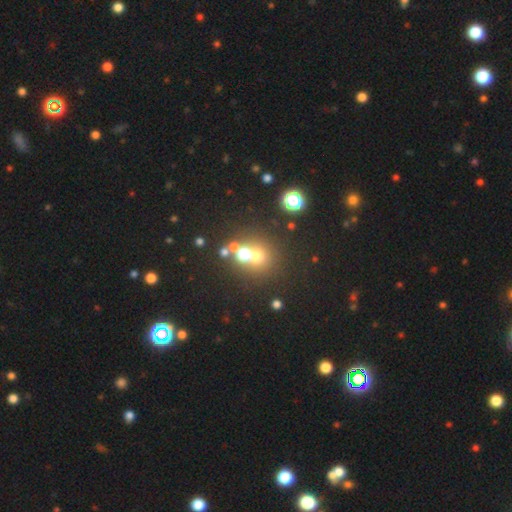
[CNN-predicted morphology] Q: Smooth or featured?
A: smooth (60%); runner-up: star or artifact (25%)
Q: How rounded?
A: round (87%); runner-up: in between (12%)
Q: Merging?
A: none (53%); runner-up: merger (36%)